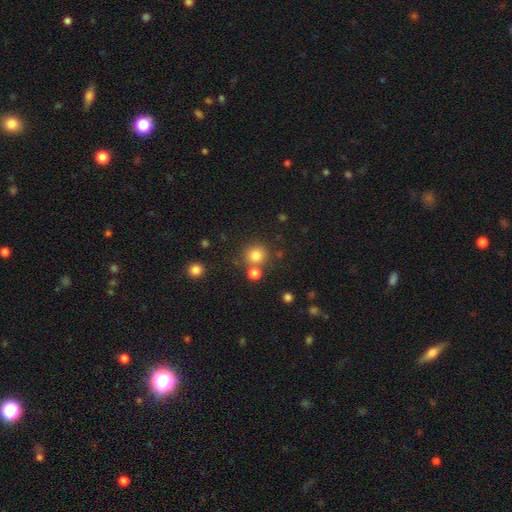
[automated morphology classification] smooth-or-featured: smooth: 80% | star or artifact: 14% | featured or disk: 6%
  how-rounded: round: 91% | in between: 8% | cigar-shaped: 1%
  merging: none: 74% | merger: 15% | minor disturbance: 8% | major disturbance: 3%